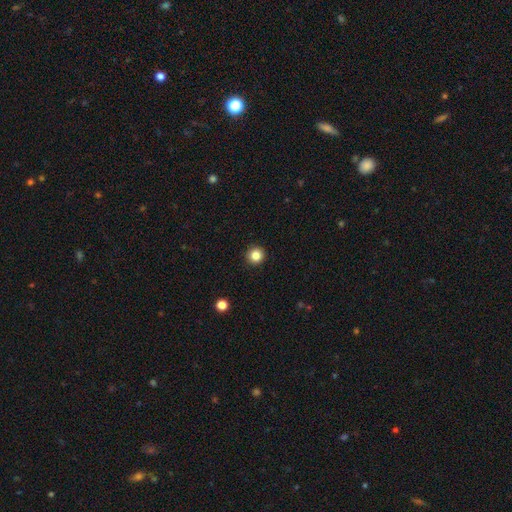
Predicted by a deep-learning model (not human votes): A smooth galaxy with no disk features (84%) that is round (95%).

Vote fractions:
- Smooth or featured? smooth: 84% / star or artifact: 11% / featured or disk: 5%
- How rounded? round: 95% / in between: 4% / cigar-shaped: 1%
- Merging? none: 93% / minor disturbance: 4% / major disturbance: 1% / merger: 1%